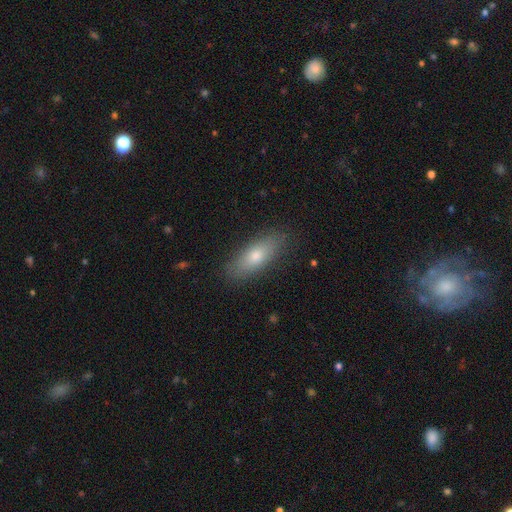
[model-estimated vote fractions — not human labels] This appears to be a smooth galaxy with no disk features (72%) that is in between round and cigar-shaped (64%). Merging: none (86%).